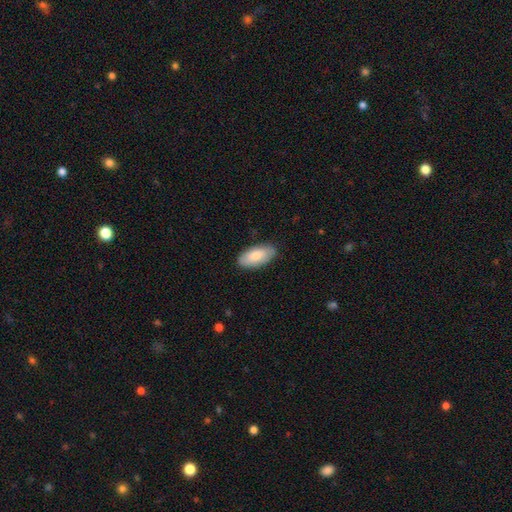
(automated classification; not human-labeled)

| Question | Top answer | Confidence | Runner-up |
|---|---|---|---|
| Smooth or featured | smooth | 81% | featured or disk (14%) |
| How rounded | in between | 92% | cigar-shaped (6%) |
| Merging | none | 84% | minor disturbance (13%) |